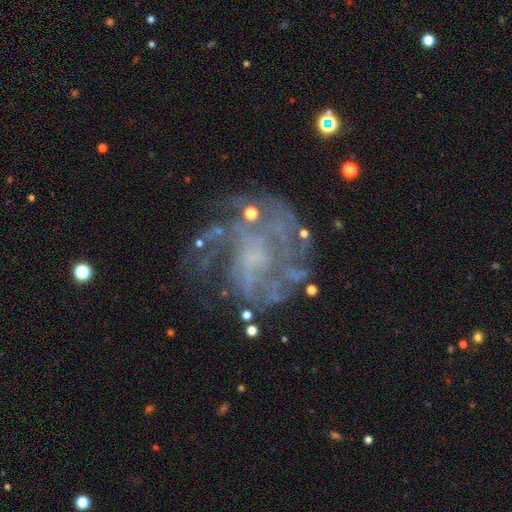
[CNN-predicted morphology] Smooth or featured? featured or disk (78%)
Edge-on disk? no (98%)
Bar? no (70%)
Spiral arms? yes (77%)
Spiral winding? tight (42%)
Spiral arm count? can't tell (45%)
Bulge size? none (51%)
Merging? none (58%)